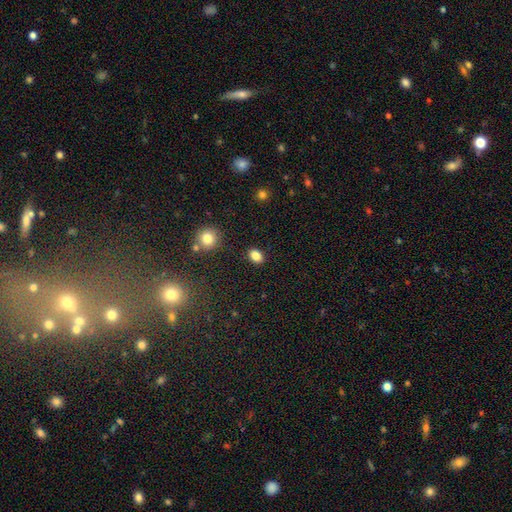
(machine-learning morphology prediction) Overall: smooth (85%). How rounded: in between (71%). Merging: none (87%).